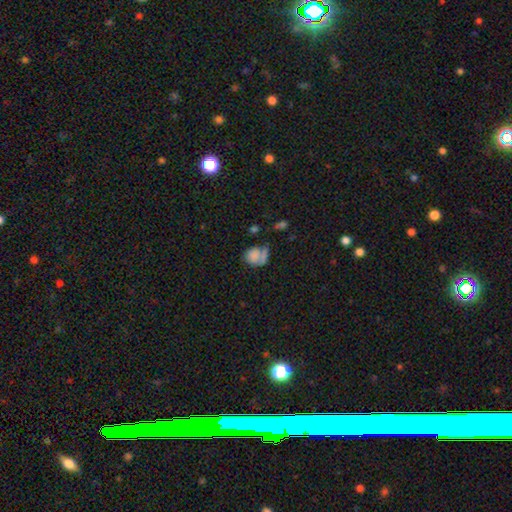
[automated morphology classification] Smooth or featured? smooth (68%)
How rounded? round (63%)
Merging? none (41%)